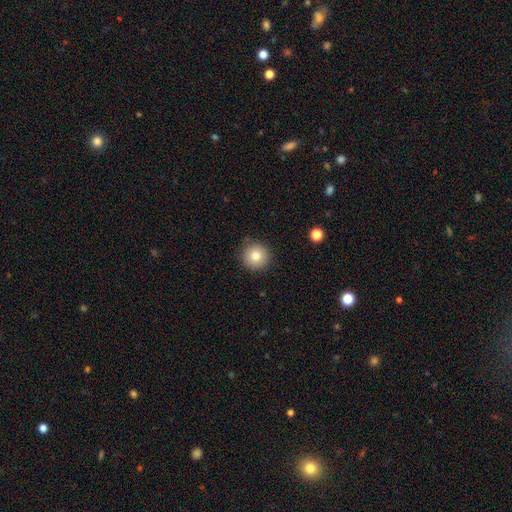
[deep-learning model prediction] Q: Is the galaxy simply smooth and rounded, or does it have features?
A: smooth — 79%.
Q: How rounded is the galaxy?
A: round — 96%.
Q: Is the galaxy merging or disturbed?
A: none — 89%.